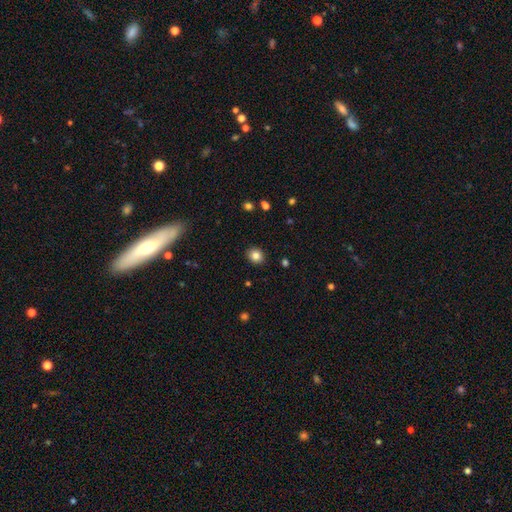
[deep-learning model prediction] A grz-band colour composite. It shows a smooth galaxy with no disk features (84%) that is round (71%). Merging: none (91%).